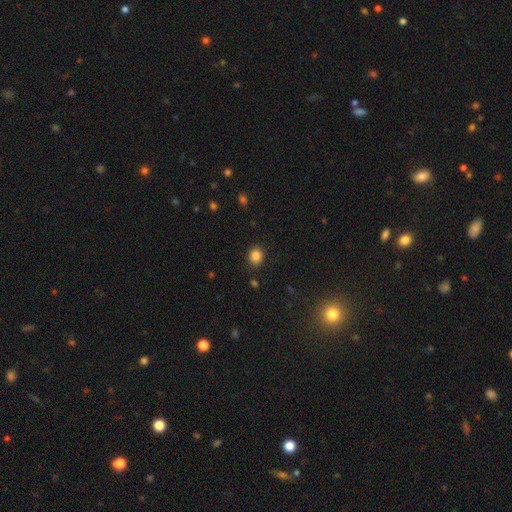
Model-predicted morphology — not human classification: Smooth or featured? Predicted: smooth (p=0.86). How rounded? Predicted: round (p=0.64). Merging? Predicted: none (p=0.86).